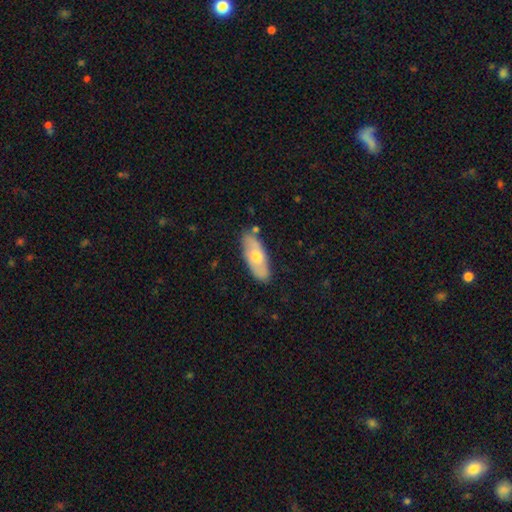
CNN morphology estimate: The model was most divided on "smooth or featured": smooth: 54%, featured or disk: 40%, star or artifact: 6%. More confident: merging — none (85%); how rounded — in between (79%).